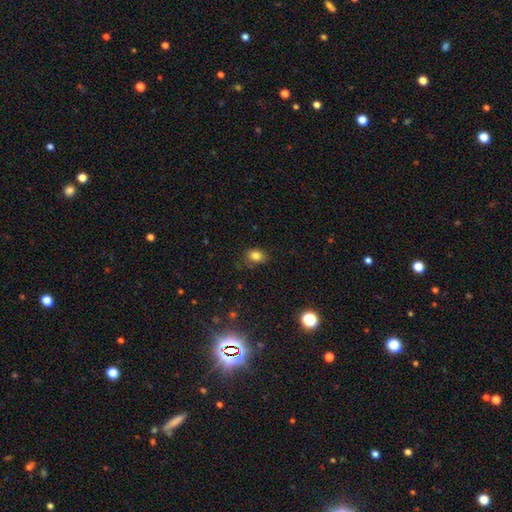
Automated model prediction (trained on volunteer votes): smooth 82%, star or artifact 11%, featured or disk 7%. Down the decision tree: how rounded — in between (67%); merging — none (70%).